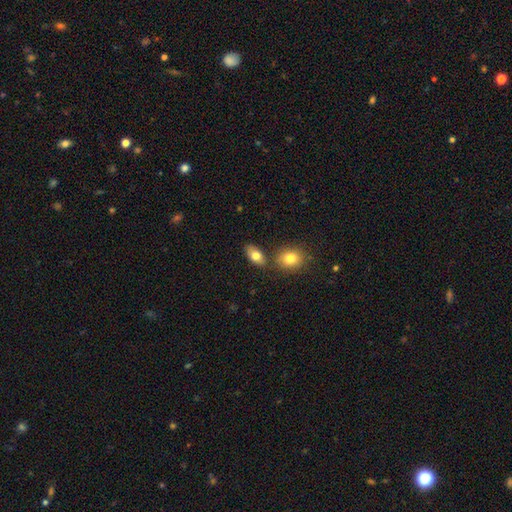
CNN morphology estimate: A smooth galaxy with no disk features (79%) that is in between round and cigar-shaped (89%).

Vote fractions:
- Smooth or featured? smooth: 79% / featured or disk: 14% / star or artifact: 8%
- How rounded? in between: 89% / round: 7% / cigar-shaped: 4%
- Merging? none: 71% / merger: 14% / minor disturbance: 12% / major disturbance: 3%